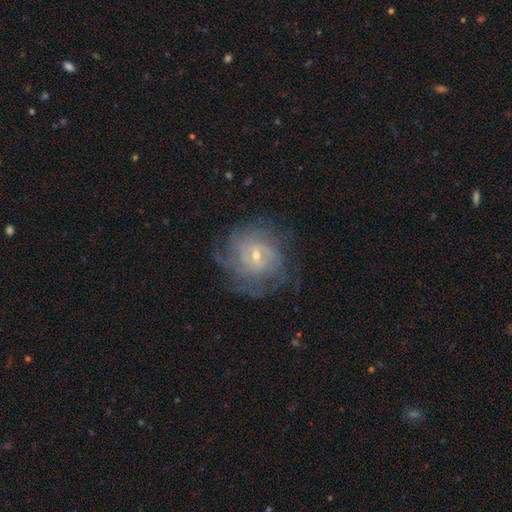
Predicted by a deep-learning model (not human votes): Q: Smooth or featured?
A: featured or disk (79%); runner-up: smooth (12%)
Q: Edge-on disk?
A: no (96%); runner-up: yes (4%)
Q: Bar?
A: no (53%); runner-up: weak (39%)
Q: Spiral arms?
A: yes (89%); runner-up: no (11%)
Q: Spiral winding?
A: tight (61%); runner-up: medium (29%)
Q: Spiral arm count?
A: can't tell (48%); runner-up: 4 (14%)
Q: Bulge size?
A: small (68%); runner-up: moderate (28%)
Q: Merging?
A: none (69%); runner-up: minor disturbance (17%)